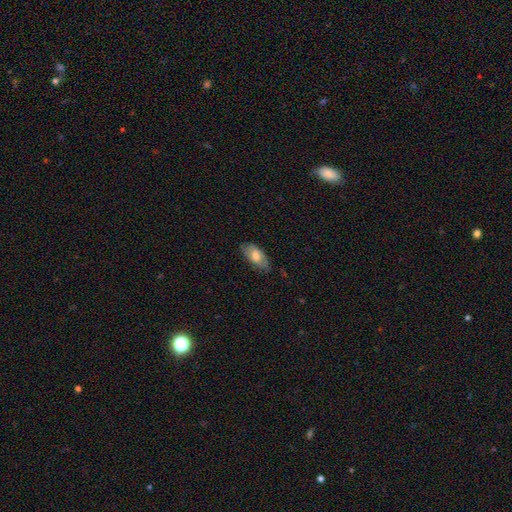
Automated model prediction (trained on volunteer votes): smooth_or_featured: smooth (p=0.69) [alt: featured or disk p=0.25]
how_rounded: in between (p=0.89) [alt: cigar-shaped p=0.08]
merging: none (p=0.76) [alt: minor disturbance p=0.20]